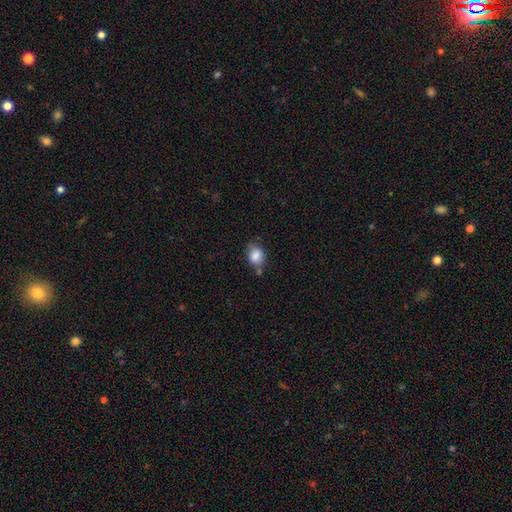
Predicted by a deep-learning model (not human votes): smooth_or_featured: smooth (p=0.84) [alt: star or artifact p=0.09]
how_rounded: in between (p=0.54) [alt: round p=0.44]
merging: none (p=0.58) [alt: minor disturbance p=0.25]